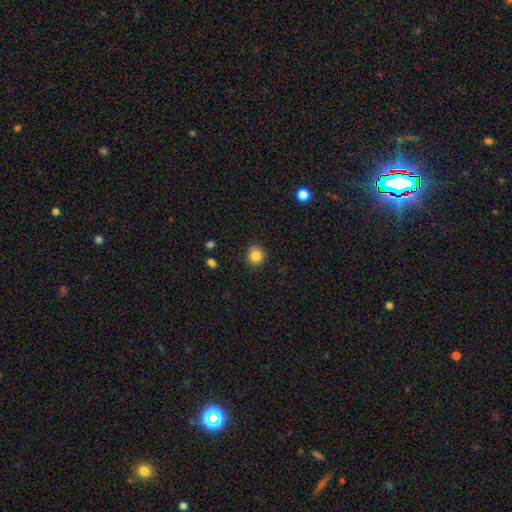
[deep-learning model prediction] A smooth galaxy with no disk features (84%) that is round (88%). Merging: none (82%).